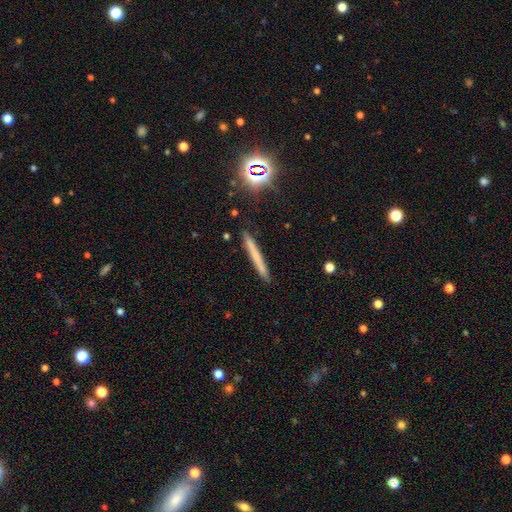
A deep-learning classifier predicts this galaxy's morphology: Smooth or featured?
  - smooth: 59% *
  - featured or disk: 29%
  - star or artifact: 13%
How rounded?
  - cigar-shaped: 96% *
  - in between: 2%
  - round: 2%
Merging?
  - none: 90% *
  - minor disturbance: 7%
  - major disturbance: 2%
  - merger: 1%